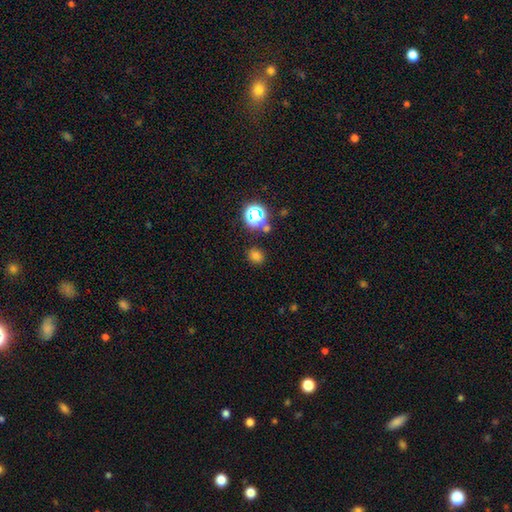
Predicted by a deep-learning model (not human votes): Overall: smooth (74%). How rounded: round (66%; in between 33%). Merging: none (84%).